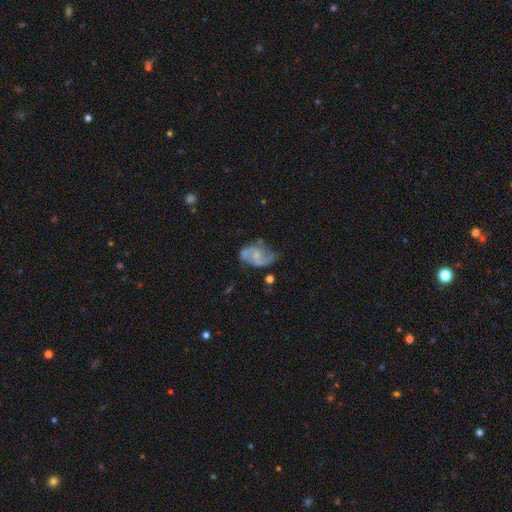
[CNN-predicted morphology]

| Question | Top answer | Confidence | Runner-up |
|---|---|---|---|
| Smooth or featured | featured or disk | 69% | smooth (23%) |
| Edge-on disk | no | 97% | yes (3%) |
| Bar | no | 59% | weak (34%) |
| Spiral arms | yes | 84% | no (16%) |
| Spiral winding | loose | 46% | medium (41%) |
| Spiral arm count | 2 | 79% | can't tell (10%) |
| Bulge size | small | 50% | none (26%) |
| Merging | none | 43% | minor disturbance (28%) |